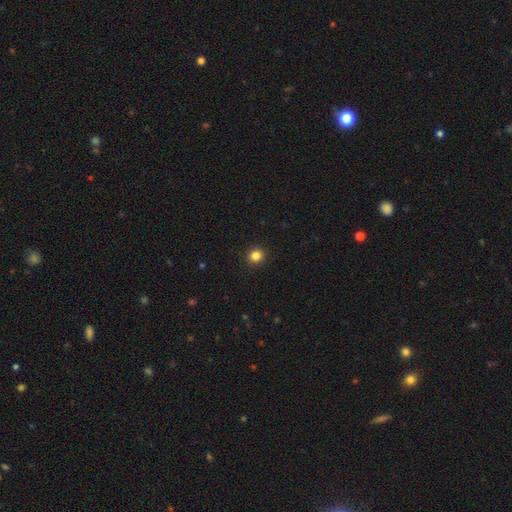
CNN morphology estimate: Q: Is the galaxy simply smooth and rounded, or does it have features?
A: smooth — 85%.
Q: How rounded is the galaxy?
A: round — 84%.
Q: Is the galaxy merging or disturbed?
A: none — 92%.